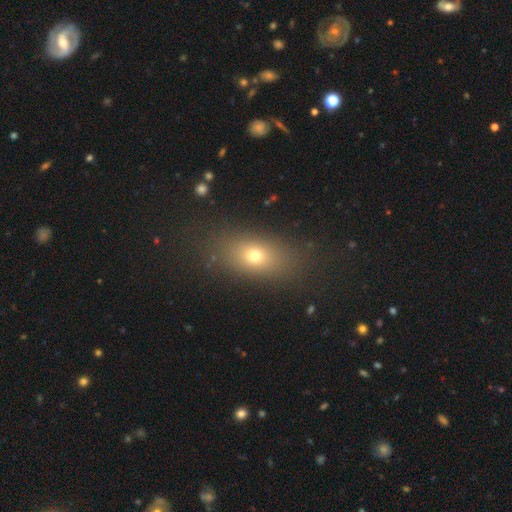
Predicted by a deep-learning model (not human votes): Q: Smooth or featured?
A: smooth (68%); runner-up: featured or disk (16%)
Q: How rounded?
A: in between (74%); runner-up: round (18%)
Q: Merging?
A: none (84%); runner-up: minor disturbance (9%)